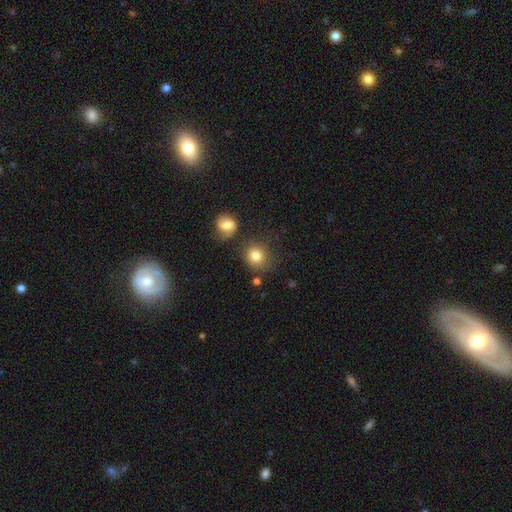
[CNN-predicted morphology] smooth-or-featured: smooth: 81% | star or artifact: 10% | featured or disk: 9%
  how-rounded: round: 84% | in between: 16% | cigar-shaped: 1%
  merging: none: 71% | minor disturbance: 15% | merger: 8% | major disturbance: 6%